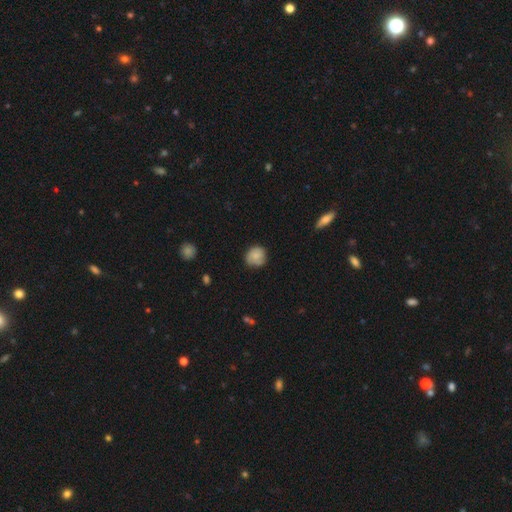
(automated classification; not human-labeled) This appears to be a smooth galaxy with no disk features (76%) that is round (84%). Merging: none (68%).